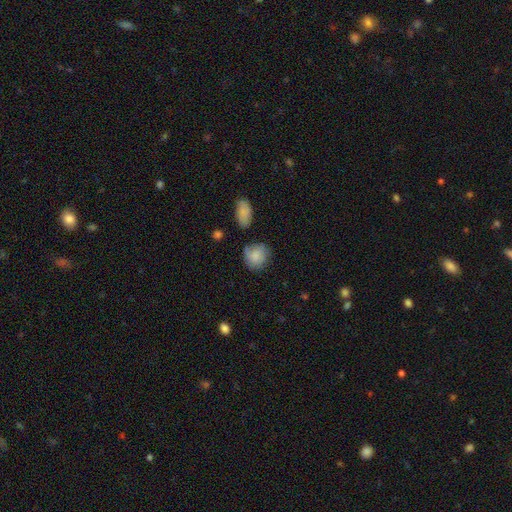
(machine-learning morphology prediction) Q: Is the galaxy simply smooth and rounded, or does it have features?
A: smooth — 73%.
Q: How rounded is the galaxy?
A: round — 77%.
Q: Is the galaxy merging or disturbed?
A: none — 65%.